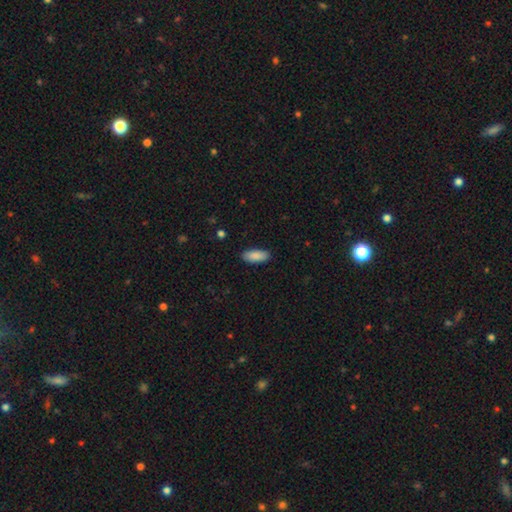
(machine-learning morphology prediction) This is clearly a smooth galaxy (90%). How rounded: clearly in between (84%). Merging: clearly none (89%).